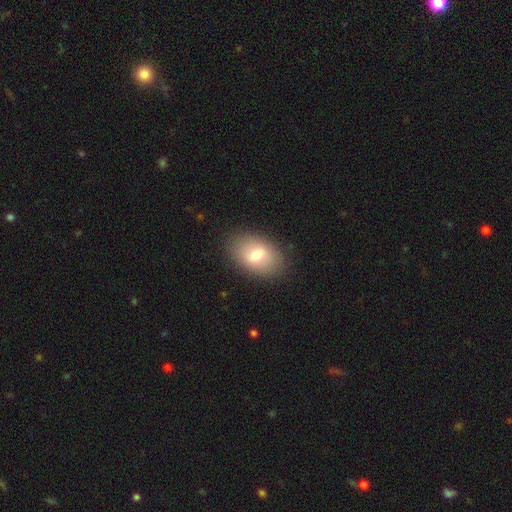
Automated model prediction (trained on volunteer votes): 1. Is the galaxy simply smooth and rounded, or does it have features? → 75% smooth, 18% featured or disk, 8% star or artifact.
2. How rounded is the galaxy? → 86% in between, 12% round, 1% cigar-shaped.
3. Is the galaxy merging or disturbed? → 87% none, 9% minor disturbance, 3% major disturbance, 1% merger.